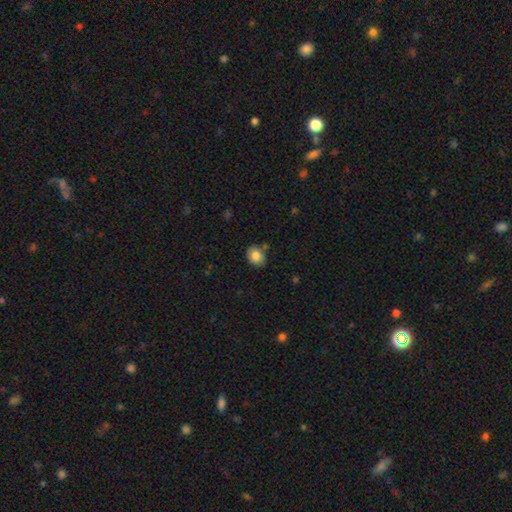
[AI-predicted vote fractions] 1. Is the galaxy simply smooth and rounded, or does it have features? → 80% smooth, 11% featured or disk, 9% star or artifact.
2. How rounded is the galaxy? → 50% in between, 49% round, 1% cigar-shaped.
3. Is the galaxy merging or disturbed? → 81% none, 13% minor disturbance, 4% merger, 2% major disturbance.